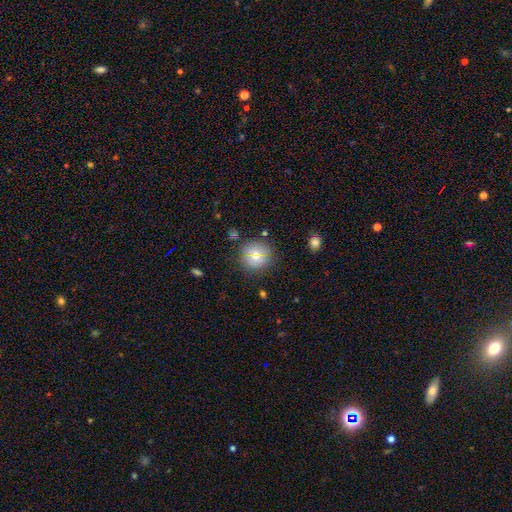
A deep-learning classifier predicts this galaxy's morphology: Smooth or featured: smooth — 70% (featured or disk — 17%)
How rounded: round — 90% (in between — 9%)
Merging: none — 79% (minor disturbance — 13%)